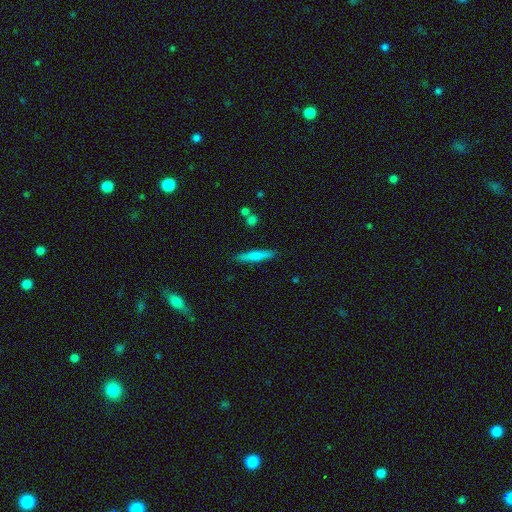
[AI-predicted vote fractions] A smooth galaxy with no disk features (66%) that is cigar-shaped (90%).

Vote fractions:
- Smooth or featured? smooth: 66% / featured or disk: 28% / star or artifact: 6%
- How rounded? cigar-shaped: 90% / in between: 8% / round: 2%
- Merging? none: 88% / minor disturbance: 8% / merger: 2% / major disturbance: 2%